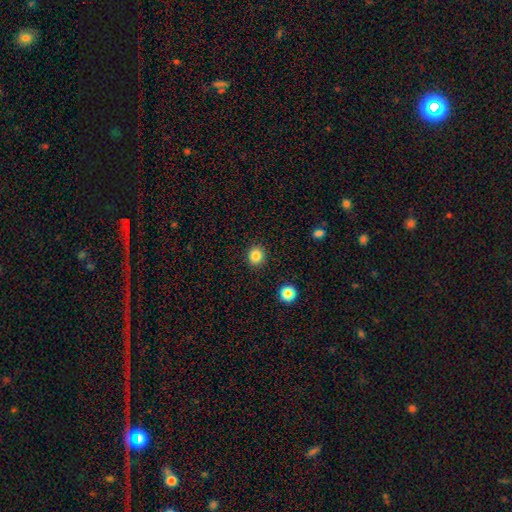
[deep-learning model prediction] Smooth or featured: smooth — 84% (star or artifact — 11%)
How rounded: round — 87% (in between — 12%)
Merging: none — 91% (minor disturbance — 6%)